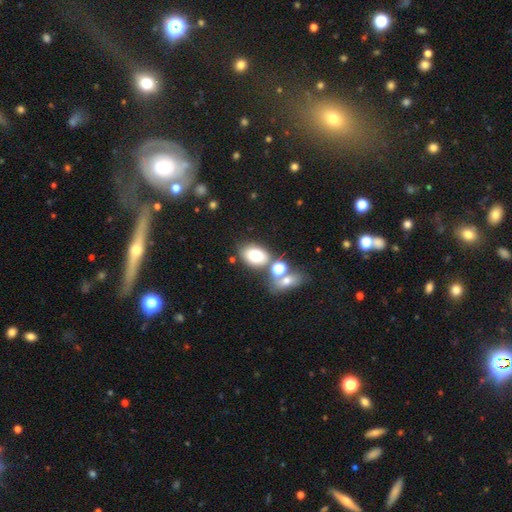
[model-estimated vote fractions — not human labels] Smooth or featured: smooth — 73% (featured or disk — 14%)
How rounded: in between — 80% (round — 19%)
Merging: none — 59% (merger — 23%)